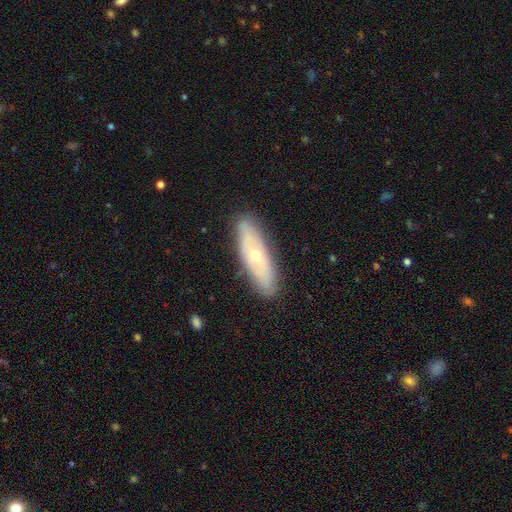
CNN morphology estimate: The model was most divided on "smooth or featured": featured or disk: 60%, smooth: 34%, star or artifact: 6%. More confident: merging — none (83%); edge-on disk — no (70%).